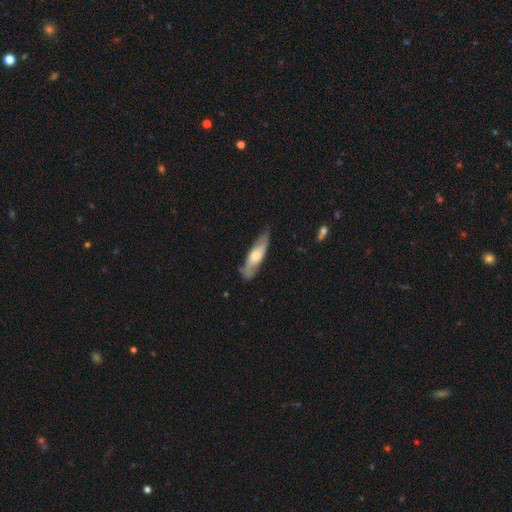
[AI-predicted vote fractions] smooth-or-featured: featured or disk: 47% (tied) | smooth: 47% (tied) | star or artifact: 5%
  merging: none: 74% | minor disturbance: 20% | major disturbance: 5% | merger: 2%